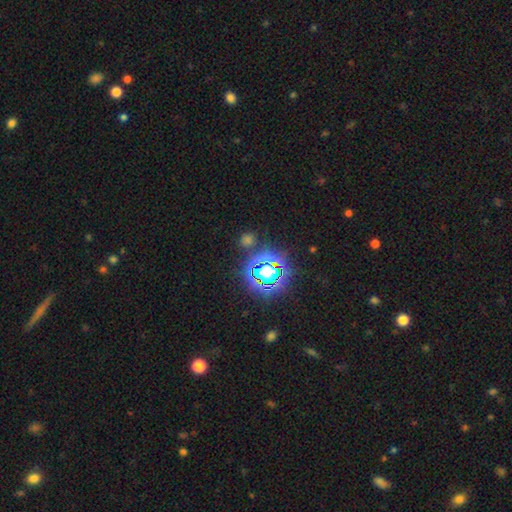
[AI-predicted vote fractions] This appears to be a star or artifact, not a galaxy (82%).